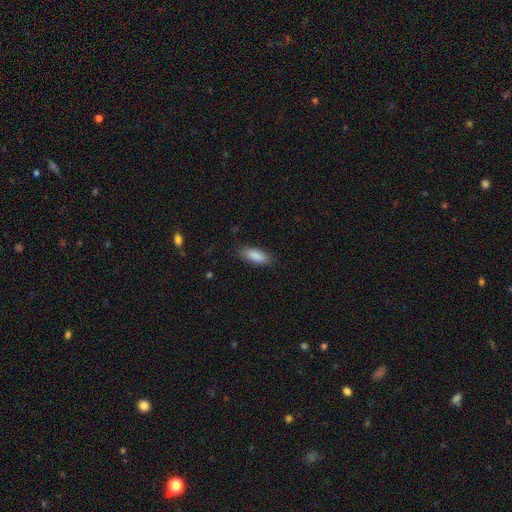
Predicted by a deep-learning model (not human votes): smooth_or_featured: smooth (p=0.89) [alt: star or artifact p=0.06]
how_rounded: in between (p=0.76) [alt: cigar-shaped p=0.22]
merging: none (p=0.85) [alt: minor disturbance p=0.11]